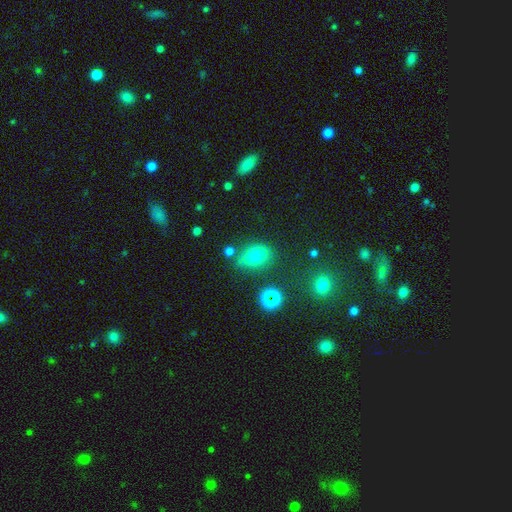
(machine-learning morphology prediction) The model was most divided on "merging": none: 64%, minor disturbance: 21%, merger: 8%, major disturbance: 7%. More confident: how rounded — in between (74%); smooth or featured — smooth (71%).